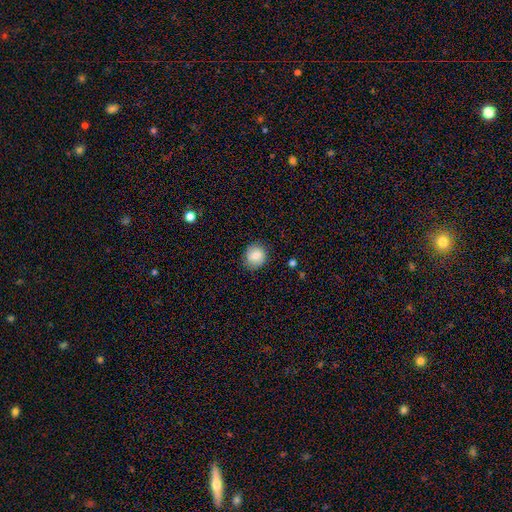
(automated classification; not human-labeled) A smooth galaxy with no disk features (82%) that is round (86%).

Vote fractions:
- Smooth or featured? smooth: 82% / featured or disk: 10% / star or artifact: 8%
- How rounded? round: 86% / in between: 13% / cigar-shaped: 1%
- Merging? none: 83% / minor disturbance: 13% / major disturbance: 3% / merger: 1%